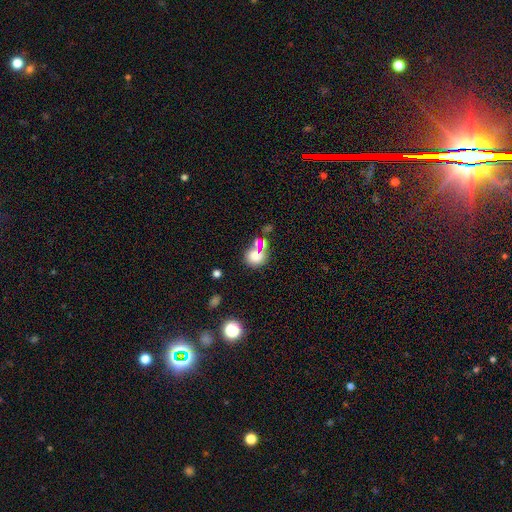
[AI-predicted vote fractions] Morphology: type=smooth (75%); roundness=round (78%); merging=none (46%).